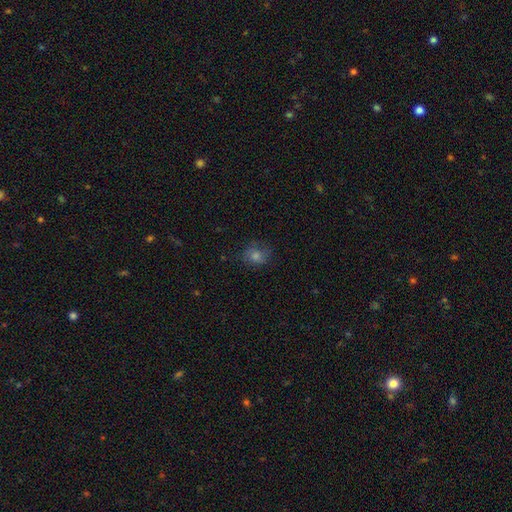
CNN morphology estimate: smooth 68%, star or artifact 19%, featured or disk 13%. Down the decision tree: how rounded — round (68%); merging — none (73%).